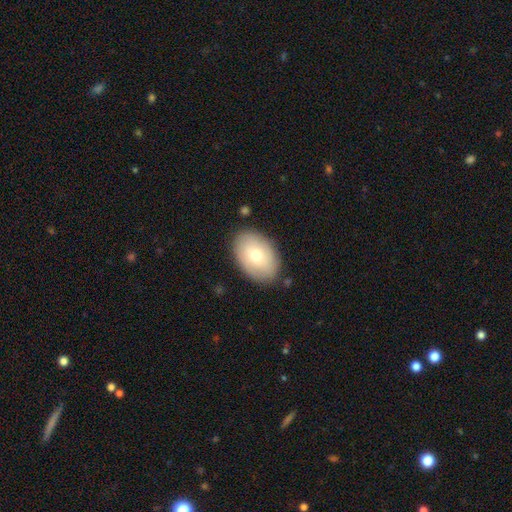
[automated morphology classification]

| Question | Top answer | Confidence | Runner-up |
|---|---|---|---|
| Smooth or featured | smooth | 69% | featured or disk (25%) |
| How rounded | in between | 86% | round (12%) |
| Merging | none | 85% | minor disturbance (11%) |